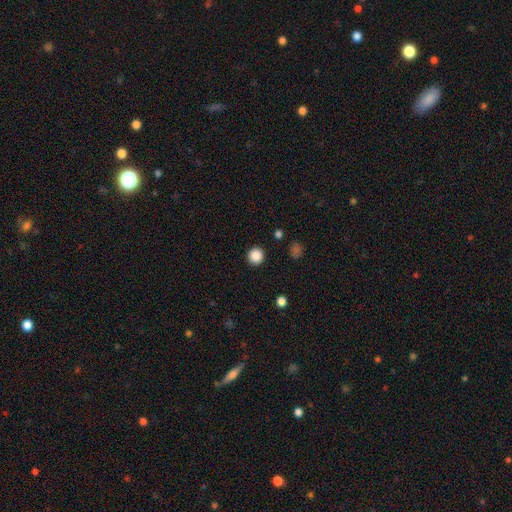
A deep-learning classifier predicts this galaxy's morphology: smooth-or-featured: smooth: 87% | star or artifact: 10% | featured or disk: 3%
  how-rounded: round: 95% | in between: 4% | cigar-shaped: 1%
  merging: none: 92% | minor disturbance: 4% | major disturbance: 2% | merger: 1%